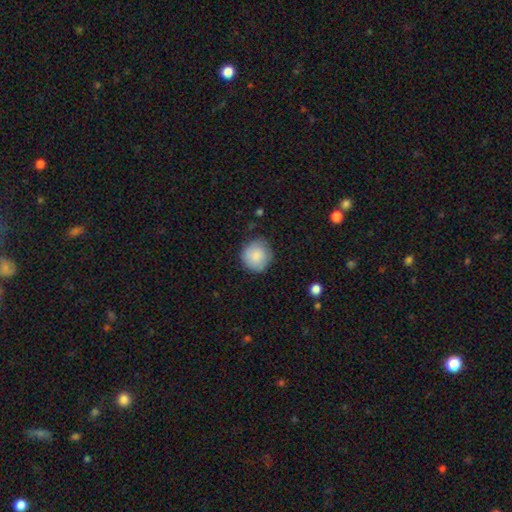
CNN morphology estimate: Smooth or featured?
  - smooth: 85% *
  - featured or disk: 8%
  - star or artifact: 7%
How rounded?
  - round: 90% *
  - in between: 9%
  - cigar-shaped: 1%
Merging?
  - none: 78% *
  - minor disturbance: 17%
  - major disturbance: 4%
  - merger: 1%